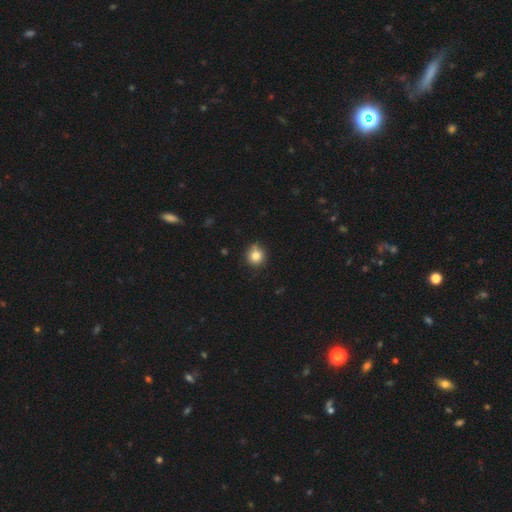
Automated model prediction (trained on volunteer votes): Smooth or featured?
  - smooth: 82% *
  - star or artifact: 11%
  - featured or disk: 7%
How rounded?
  - round: 89% *
  - in between: 10%
  - cigar-shaped: 1%
Merging?
  - none: 79% *
  - minor disturbance: 16%
  - major disturbance: 3%
  - merger: 2%